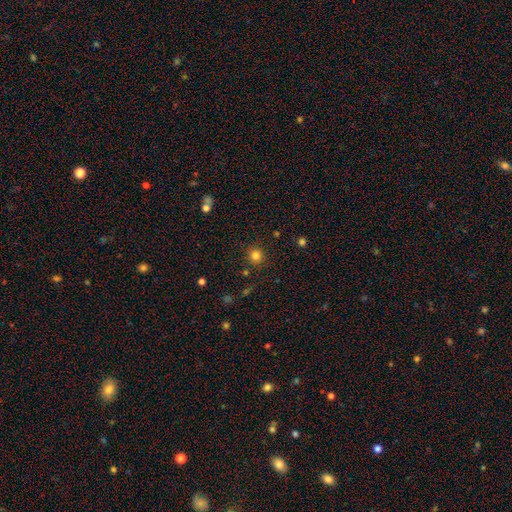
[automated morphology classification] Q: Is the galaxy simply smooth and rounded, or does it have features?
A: smooth — 81%.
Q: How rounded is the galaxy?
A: round — 93%.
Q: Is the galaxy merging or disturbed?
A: none — 89%.